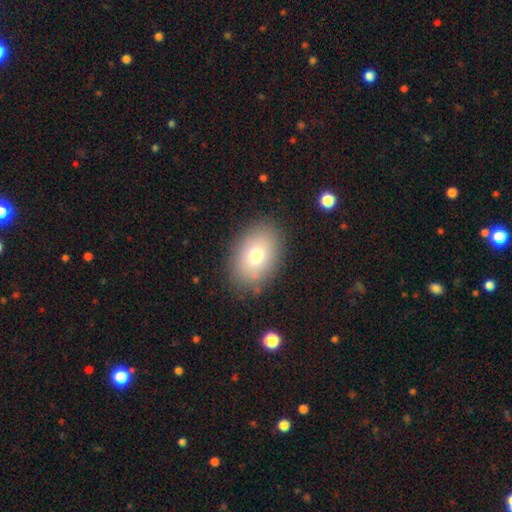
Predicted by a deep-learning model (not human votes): This appears to be a smooth galaxy with no disk features (73%) that is in between round and cigar-shaped (79%). Merging: none (86%).